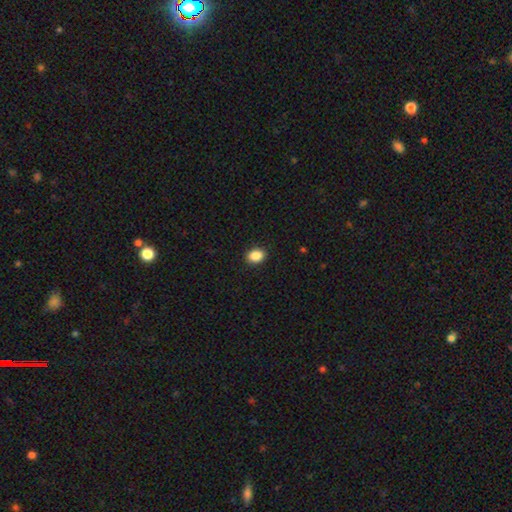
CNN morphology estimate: This appears to be a smooth galaxy with no disk features (88%) that is in between round and cigar-shaped (68%). Merging: none (91%).